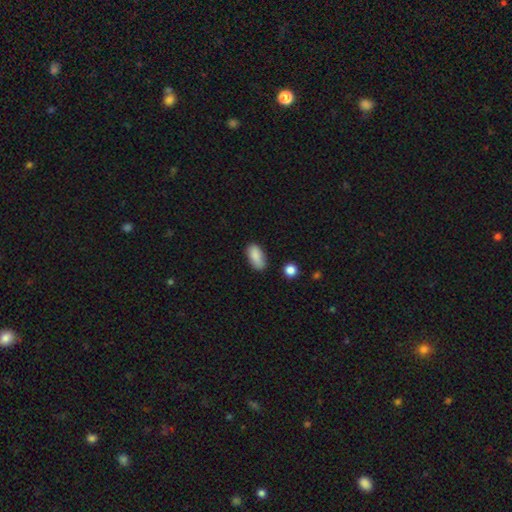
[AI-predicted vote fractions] A smooth galaxy with no disk features (88%) that is in between round and cigar-shaped (92%). Merging: none (76%).